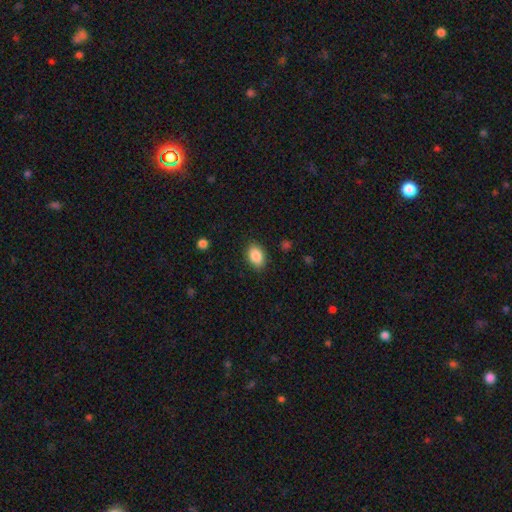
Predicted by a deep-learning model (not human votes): Smooth or featured? smooth (87%)
How rounded? in between (83%)
Merging? none (86%)